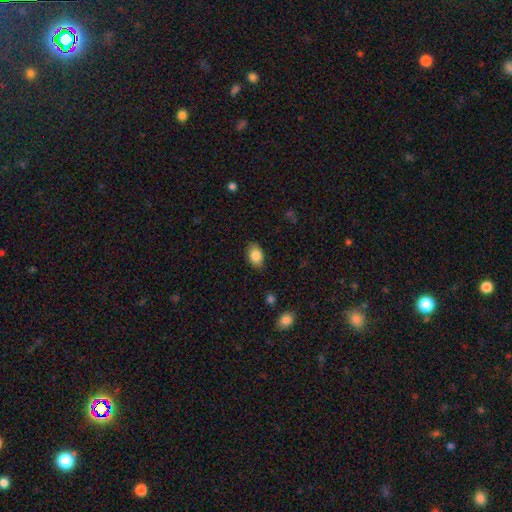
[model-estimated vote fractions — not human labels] This appears to be a smooth galaxy with no disk features (85%) that is in between round and cigar-shaped (86%). Merging: none (84%).